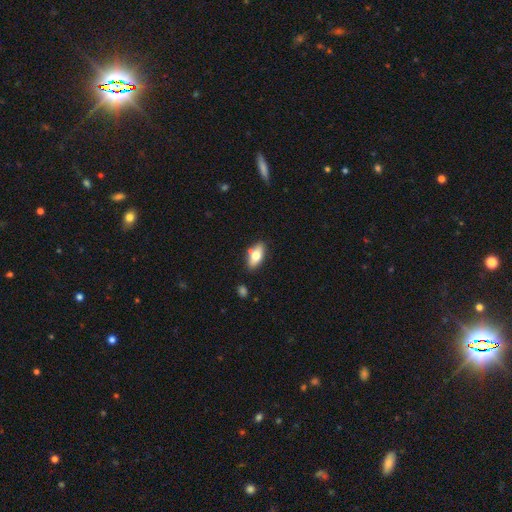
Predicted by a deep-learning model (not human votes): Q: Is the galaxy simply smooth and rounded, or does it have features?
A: smooth — 69%.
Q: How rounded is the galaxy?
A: in between — 85%.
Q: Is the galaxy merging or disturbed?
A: none — 80%.